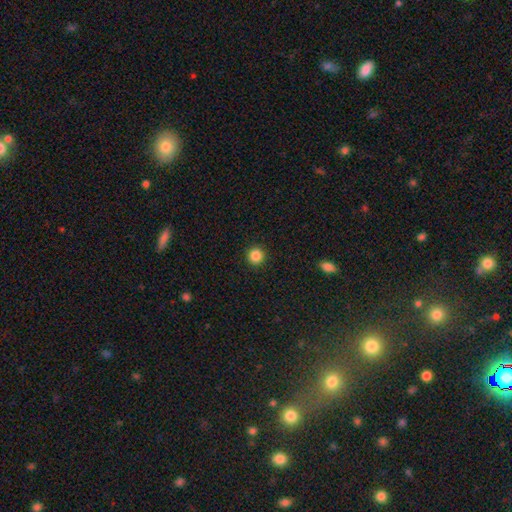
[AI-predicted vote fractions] Smooth or featured? smooth (86%)
How rounded? round (95%)
Merging? none (93%)